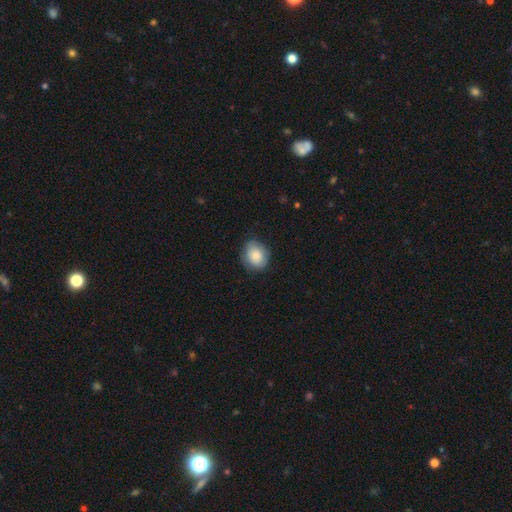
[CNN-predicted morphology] Smooth or featured?
  - smooth: 82% *
  - featured or disk: 11%
  - star or artifact: 7%
How rounded?
  - round: 61% *
  - in between: 38%
  - cigar-shaped: 1%
Merging?
  - none: 75% *
  - minor disturbance: 20%
  - major disturbance: 4%
  - merger: 1%